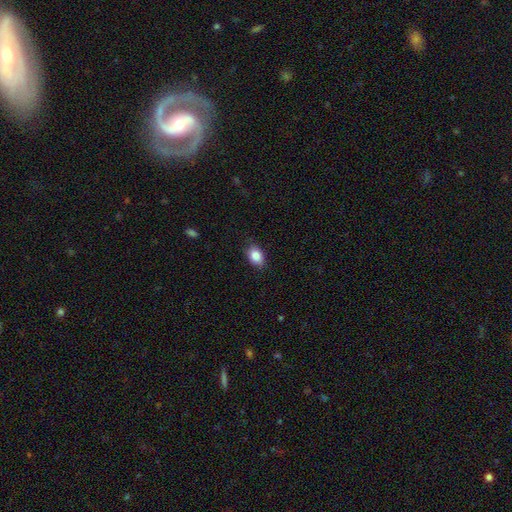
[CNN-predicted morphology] Q: Smooth or featured?
A: smooth (85%); runner-up: star or artifact (8%)
Q: How rounded?
A: in between (83%); runner-up: round (15%)
Q: Merging?
A: none (85%); runner-up: minor disturbance (12%)